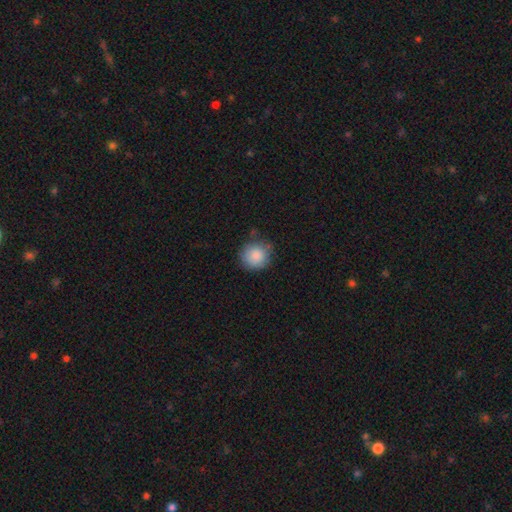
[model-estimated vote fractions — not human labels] Q: Smooth or featured?
A: smooth (87%); runner-up: star or artifact (8%)
Q: How rounded?
A: round (90%); runner-up: in between (9%)
Q: Merging?
A: none (77%); runner-up: minor disturbance (17%)